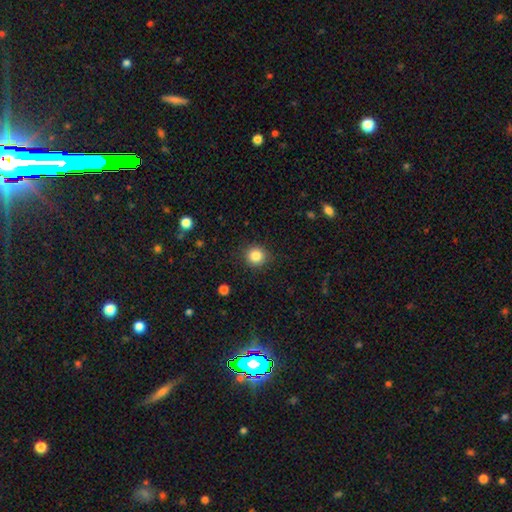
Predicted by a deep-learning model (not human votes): smooth 85%, star or artifact 11%, featured or disk 5%. Down the decision tree: how rounded — round (93%); merging — none (89%).